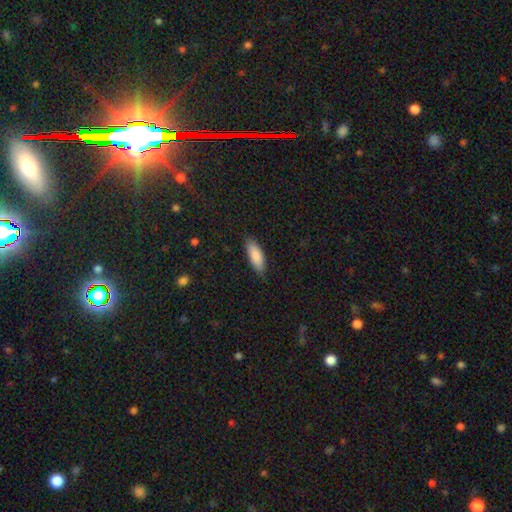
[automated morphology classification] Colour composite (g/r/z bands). It shows a smooth galaxy with no disk features (88%) that is in between round and cigar-shaped (70%). Merging: none (86%).